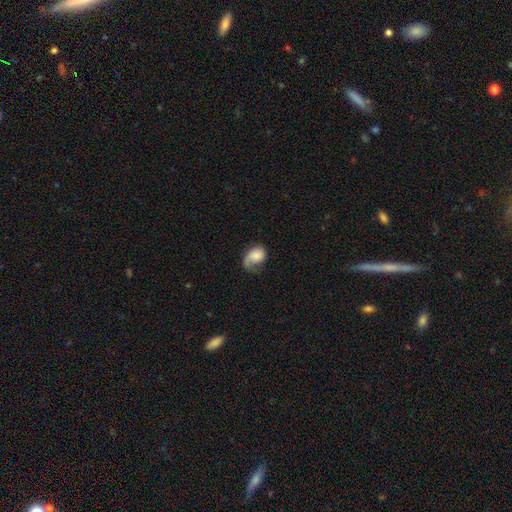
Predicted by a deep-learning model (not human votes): Smooth or featured: smooth — 59% (featured or disk — 33%)
How rounded: in between — 68% (round — 31%)
Merging: major disturbance — 35% (none — 33%)